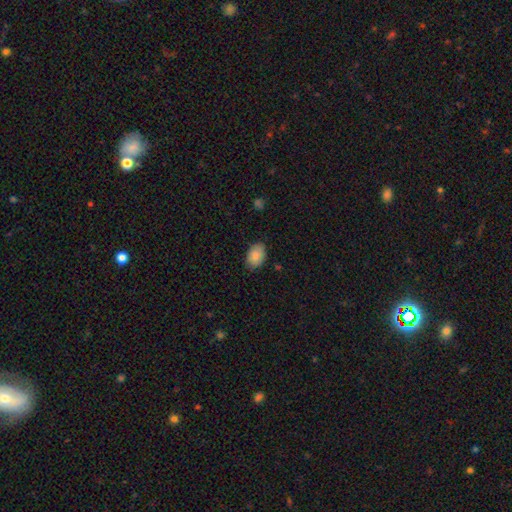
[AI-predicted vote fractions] This appears to be a smooth galaxy with no disk features (88%) that is in between round and cigar-shaped (84%). Merging: none (83%).